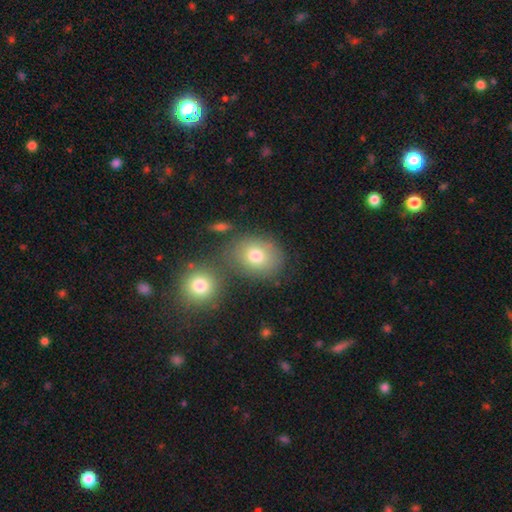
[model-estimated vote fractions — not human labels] This is likely a smooth galaxy (75%). How rounded: possibly in between (50%). Merging: possibly none (60%).